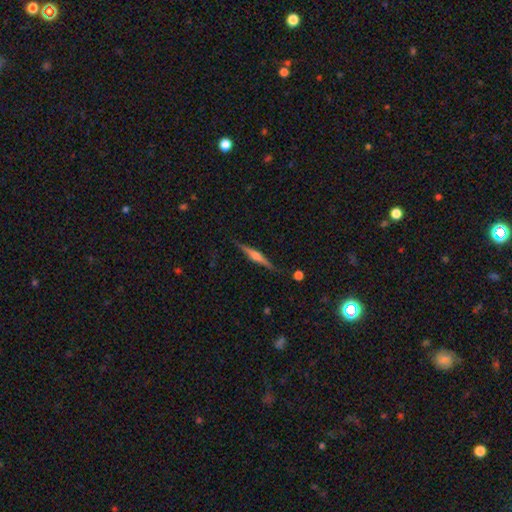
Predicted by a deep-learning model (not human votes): smooth-or-featured: featured or disk: 75% | smooth: 18% | star or artifact: 7%
  disk-edge-on: yes: 98% | no: 2%
    edge-on-bulge: rounded: 82% | boxy: 13% | none: 5%
  merging: none: 89% | minor disturbance: 8% | major disturbance: 2% | merger: 1%